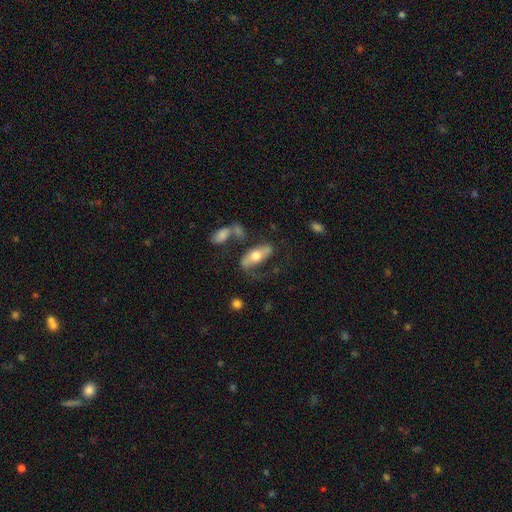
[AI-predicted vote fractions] Smooth or featured? Predicted: featured or disk (p=0.47). Merging? Predicted: none (p=0.47).